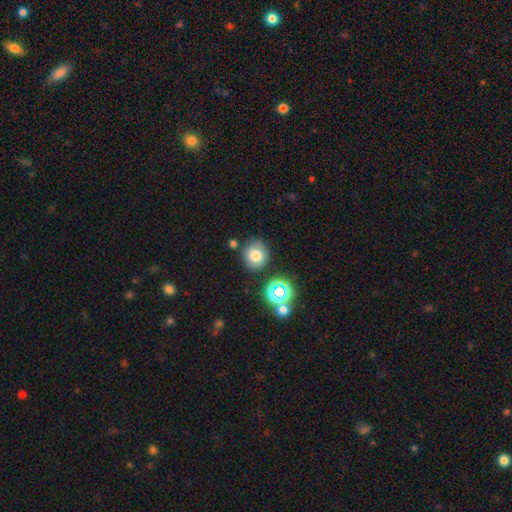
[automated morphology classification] A smooth galaxy with no disk features (75%) that is round (85%).

Vote fractions:
- Smooth or featured? smooth: 75% / star or artifact: 15% / featured or disk: 10%
- How rounded? round: 85% / in between: 14% / cigar-shaped: 1%
- Merging? none: 77% / minor disturbance: 13% / merger: 7% / major disturbance: 4%